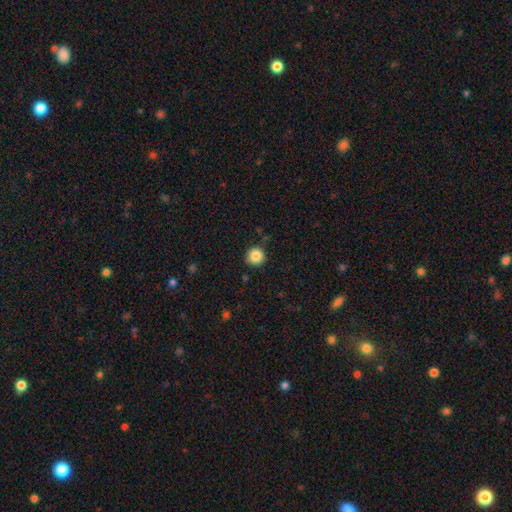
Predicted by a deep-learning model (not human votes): Q: Smooth or featured?
A: smooth (85%); runner-up: star or artifact (10%)
Q: How rounded?
A: round (95%); runner-up: in between (4%)
Q: Merging?
A: none (89%); runner-up: minor disturbance (7%)